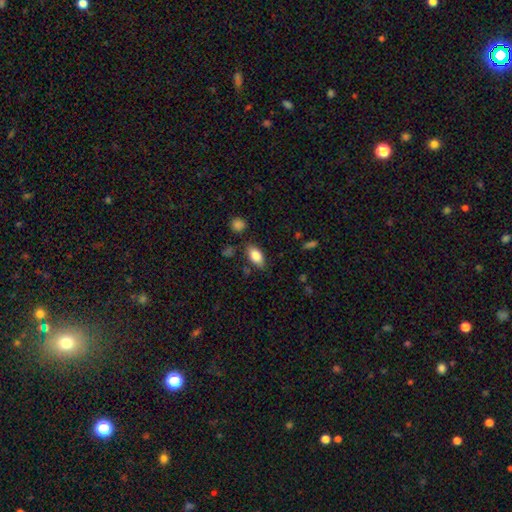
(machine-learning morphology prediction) Smooth or featured: smooth — 82% (featured or disk — 10%)
How rounded: in between — 90% (cigar-shaped — 6%)
Merging: none — 80% (minor disturbance — 13%)